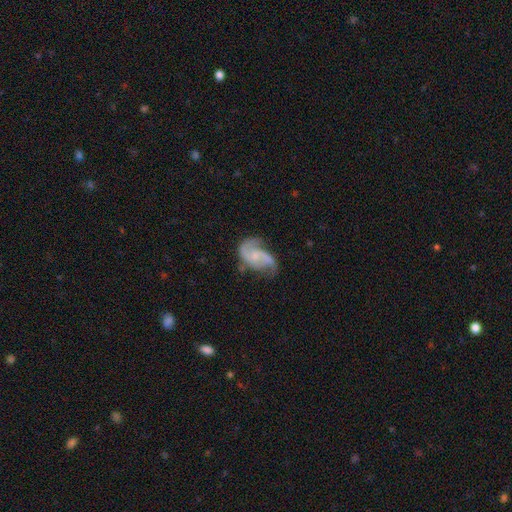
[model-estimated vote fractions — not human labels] smooth_or_featured: featured or disk (p=0.82) [alt: smooth p=0.12]
disk_edge_on: no (p=0.98) [alt: yes p=0.02]
bar: no (p=0.61) [alt: weak p=0.33]
has_spiral_arms: yes (p=0.95) [alt: no p=0.05]
spiral_winding: medium (p=0.46) [alt: loose p=0.37]
spiral_arm_count: 2 (p=0.84) [alt: can't tell p=0.05]
bulge_size: small (p=0.62) [alt: moderate p=0.21]
merging: none (p=0.54) [alt: minor disturbance p=0.25]